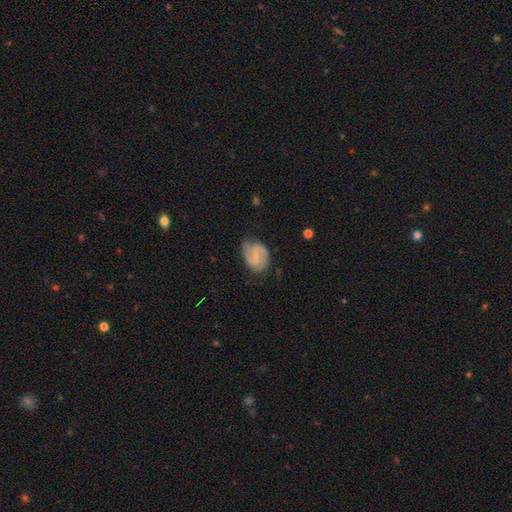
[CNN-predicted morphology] Q: Smooth or featured?
A: featured or disk (68%); runner-up: smooth (25%)
Q: Edge-on disk?
A: no (98%); runner-up: yes (2%)
Q: Bar?
A: weak (51%); runner-up: no (36%)
Q: Spiral arms?
A: yes (92%); runner-up: no (8%)
Q: Spiral winding?
A: medium (48%); runner-up: tight (28%)
Q: Spiral arm count?
A: 2 (83%); runner-up: can't tell (8%)
Q: Bulge size?
A: small (59%); runner-up: none (21%)
Q: Merging?
A: none (60%); runner-up: minor disturbance (29%)